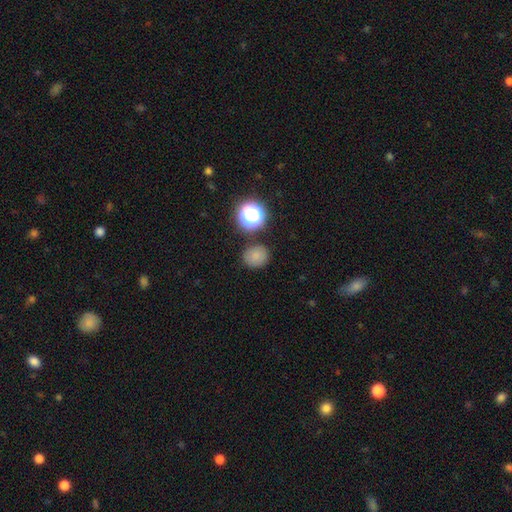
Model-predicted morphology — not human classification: Q: Smooth or featured?
A: smooth (77%); runner-up: star or artifact (16%)
Q: How rounded?
A: round (76%); runner-up: in between (23%)
Q: Merging?
A: none (80%); runner-up: minor disturbance (12%)